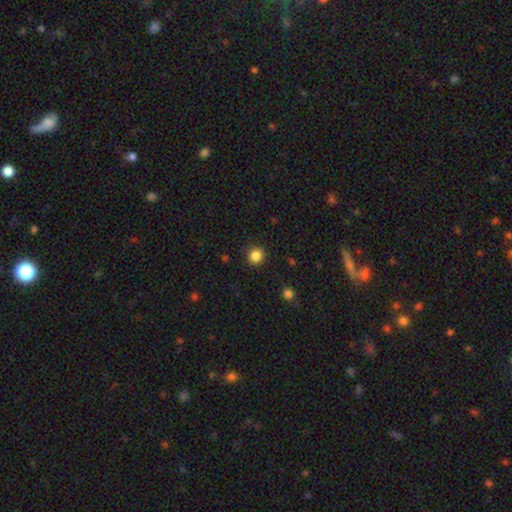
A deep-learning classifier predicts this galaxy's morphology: This appears to be a smooth galaxy with no disk features (86%) that is round (93%). Merging: none (90%).